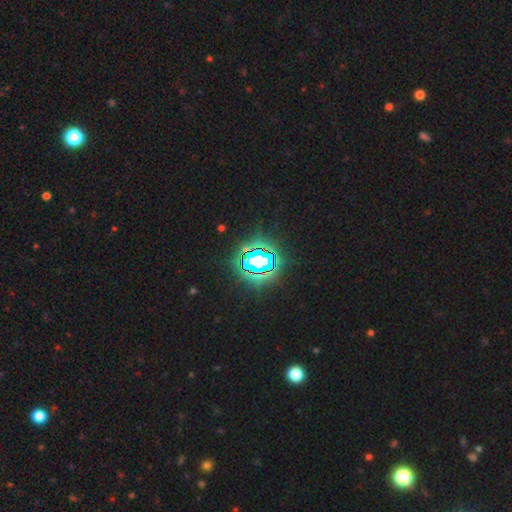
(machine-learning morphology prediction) Overall: star or artifact (78%).